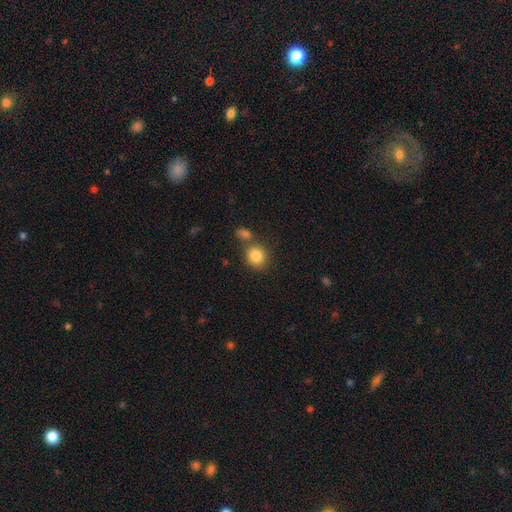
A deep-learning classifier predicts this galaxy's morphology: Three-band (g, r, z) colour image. It shows a smooth galaxy with no disk features (84%) that is round (78%). Merging: none (65%).